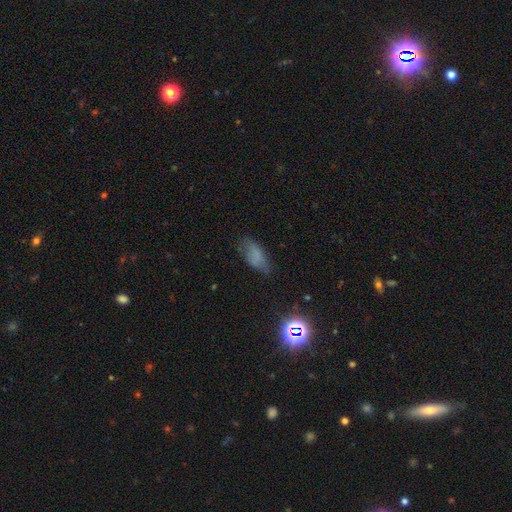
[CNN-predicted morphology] A smooth galaxy with no disk features (67%) that is in between round and cigar-shaped (86%).

Vote fractions:
- Smooth or featured? smooth: 67% / featured or disk: 17% / star or artifact: 15%
- How rounded? in between: 86% / cigar-shaped: 11% / round: 4%
- Merging? none: 64% / minor disturbance: 25% / major disturbance: 10% / merger: 2%